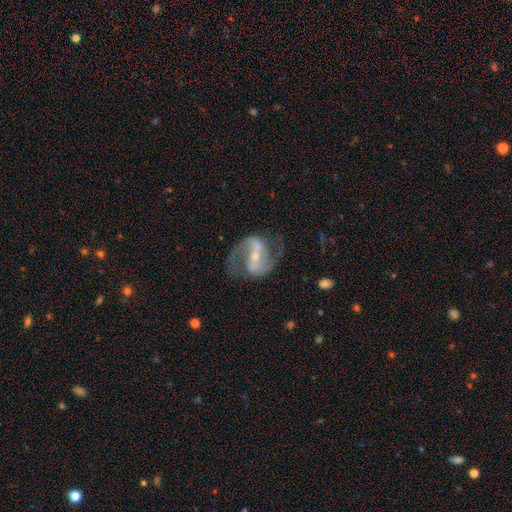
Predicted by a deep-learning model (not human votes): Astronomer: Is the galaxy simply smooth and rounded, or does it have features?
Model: featured or disk — 89%.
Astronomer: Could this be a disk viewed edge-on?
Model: no — 97%.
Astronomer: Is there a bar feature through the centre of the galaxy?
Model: strong — 53% (runner-up: weak, 31%).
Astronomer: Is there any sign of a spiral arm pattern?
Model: yes — 96%.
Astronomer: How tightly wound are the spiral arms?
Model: medium — 55% (runner-up: loose, 31%).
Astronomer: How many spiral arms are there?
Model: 2 — 92%.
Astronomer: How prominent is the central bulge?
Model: small — 59% (runner-up: moderate, 36%).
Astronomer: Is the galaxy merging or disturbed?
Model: none — 73%.